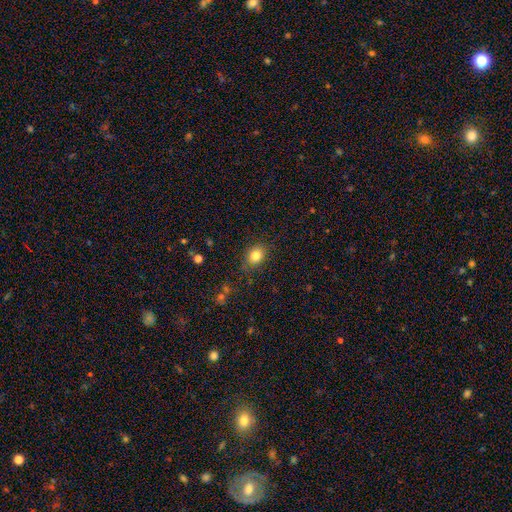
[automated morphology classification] A smooth galaxy with no disk features (82%) that is in between round and cigar-shaped (50%). Merging: none (82%).